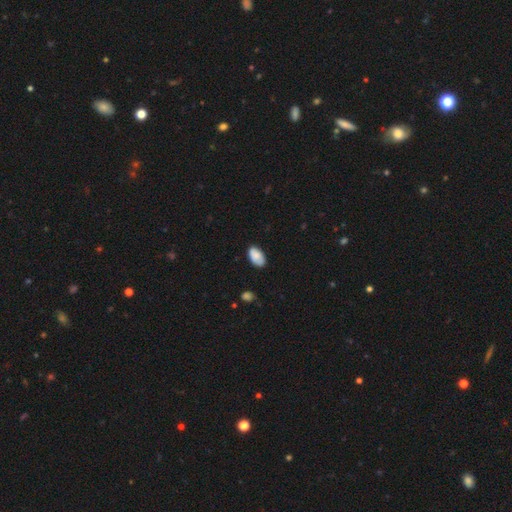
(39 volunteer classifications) Overall: smooth (82%). How rounded: in between (100%). Merging: none (89%).